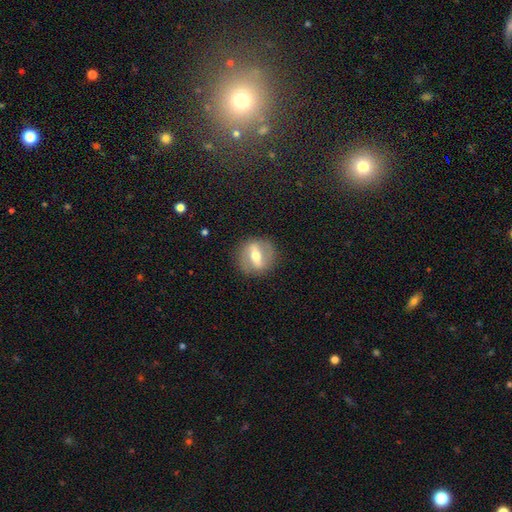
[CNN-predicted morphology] Smooth or featured? featured or disk (67%)
Edge-on disk? no (71%)
Merging? none (85%)